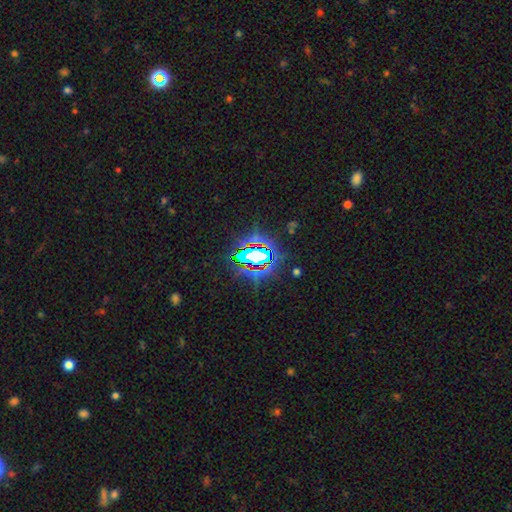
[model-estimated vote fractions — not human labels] This is likely a star or artifact rather than a galaxy (73%).